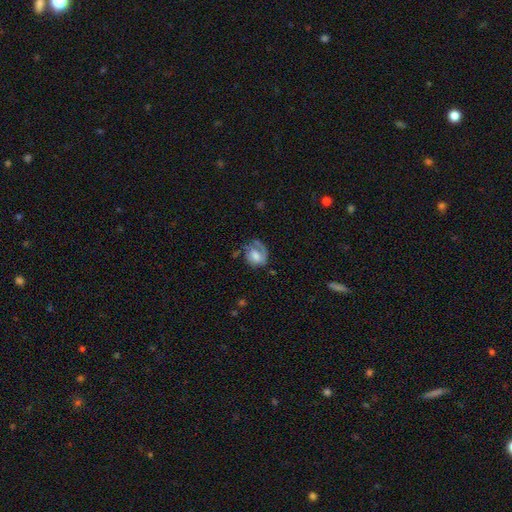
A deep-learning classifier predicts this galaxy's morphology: Q: Smooth or featured?
A: featured or disk (61%); runner-up: smooth (32%)
Q: Edge-on disk?
A: no (97%); runner-up: yes (3%)
Q: Bar?
A: no (55%); runner-up: weak (36%)
Q: Spiral arms?
A: yes (85%); runner-up: no (15%)
Q: Spiral winding?
A: tight (46%); runner-up: medium (35%)
Q: Spiral arm count?
A: 1 (70%); runner-up: 2 (18%)
Q: Bulge size?
A: moderate (42%); runner-up: large (27%)
Q: Merging?
A: none (51%); runner-up: major disturbance (23%)